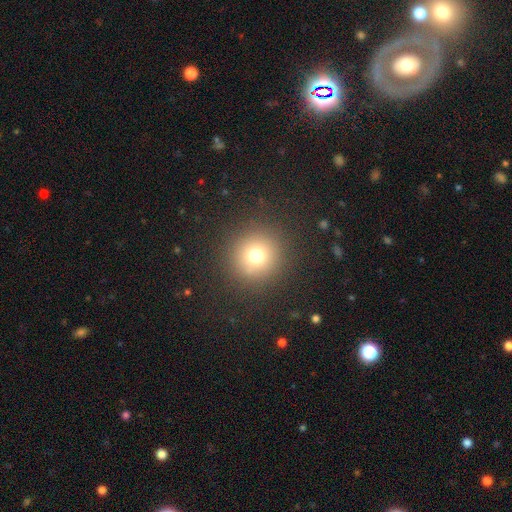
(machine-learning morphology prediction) smooth_or_featured: smooth (p=0.73) [alt: star or artifact p=0.17]
how_rounded: round (p=0.94) [alt: in between p=0.05]
merging: none (p=0.89) [alt: minor disturbance p=0.06]